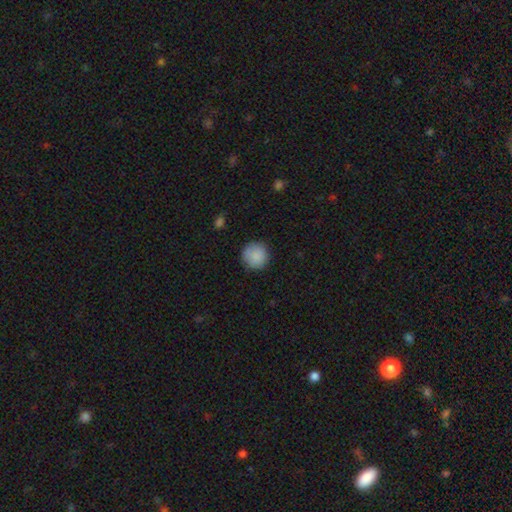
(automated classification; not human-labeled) Overall: smooth (87%). How rounded: round (95%). Merging: none (85%).